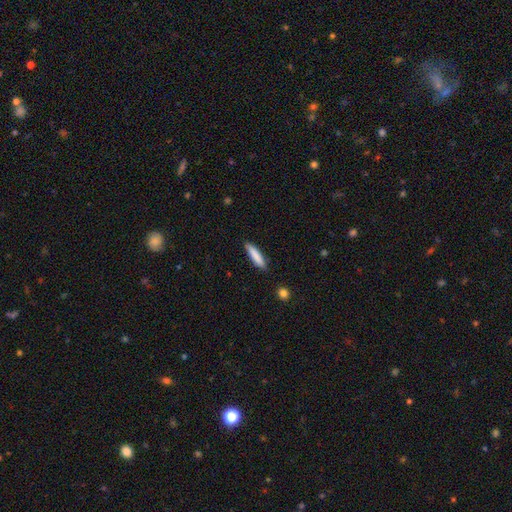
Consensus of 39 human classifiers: Smooth or featured: smooth — 92% (featured or disk — 8%)
How rounded: cigar-shaped — 78% (in between — 19%)
Merging: none — 92% (minor disturbance — 5%)